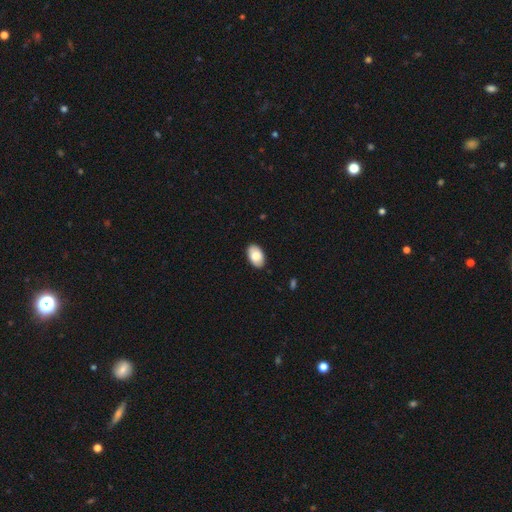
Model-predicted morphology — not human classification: Smooth or featured? Predicted: smooth (p=0.82). How rounded? Predicted: in between (p=0.93). Merging? Predicted: none (p=0.88).